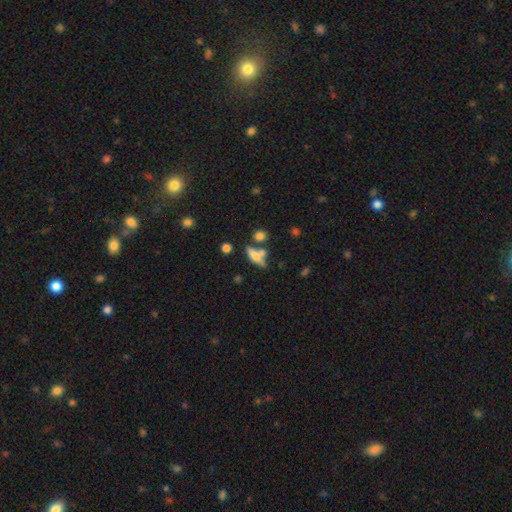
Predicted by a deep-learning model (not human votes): Q: Smooth or featured?
A: smooth (55%); runner-up: featured or disk (34%)
Q: How rounded?
A: cigar-shaped (52%); runner-up: in between (41%)
Q: Merging?
A: none (54%); runner-up: merger (24%)